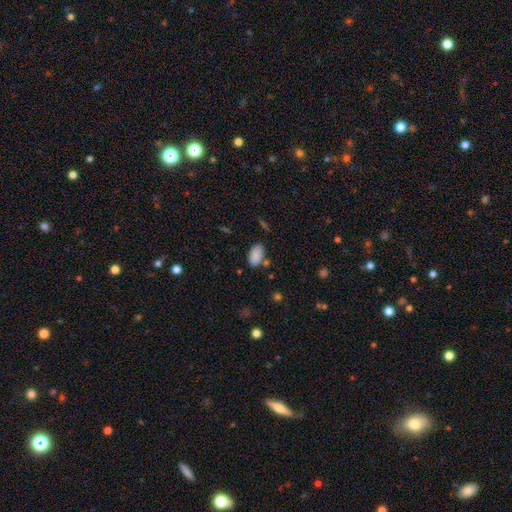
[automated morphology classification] Smooth or featured? Predicted: smooth (p=0.87). How rounded? Predicted: in between (p=0.94). Merging? Predicted: none (p=0.71).